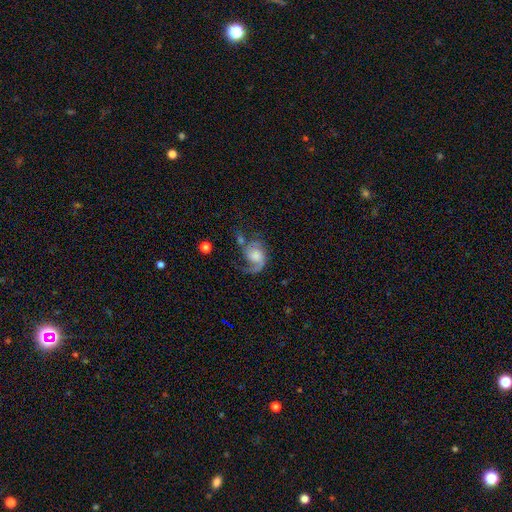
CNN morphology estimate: Smooth or featured? featured or disk (75%)
Edge-on disk? no (98%)
Bar? no (68%)
Spiral arms? yes (93%)
Spiral winding? medium (43%)
Spiral arm count? 2 (46%)
Bulge size? moderate (33%)
Merging? none (37%)